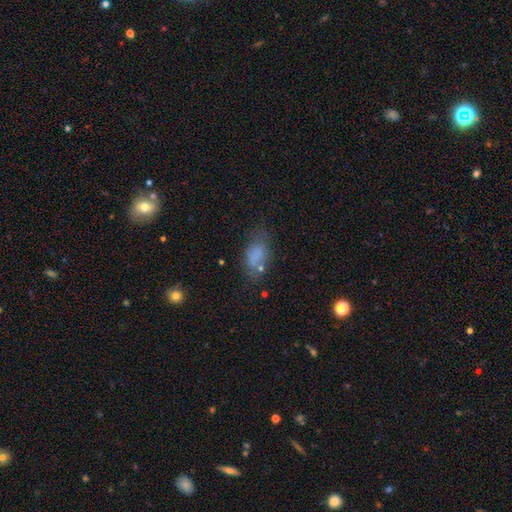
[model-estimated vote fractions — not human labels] Smooth or featured? Predicted: smooth (p=0.72). How rounded? Predicted: in between (p=0.88). Merging? Predicted: none (p=0.53).